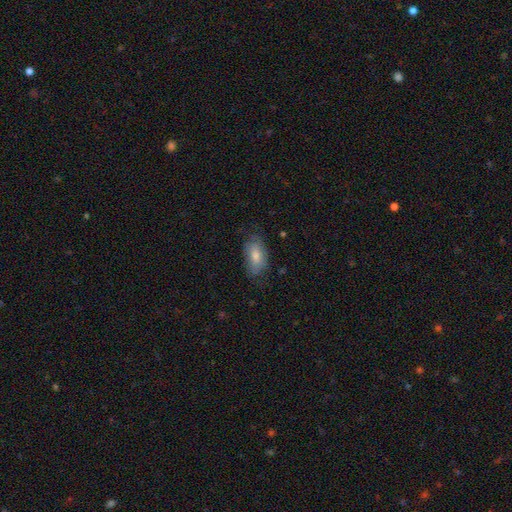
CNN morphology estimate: smooth-or-featured: smooth: 76% | featured or disk: 18% | star or artifact: 6%
  how-rounded: in between: 92% | cigar-shaped: 4% | round: 4%
  merging: none: 68% | minor disturbance: 23% | major disturbance: 7% | merger: 1%